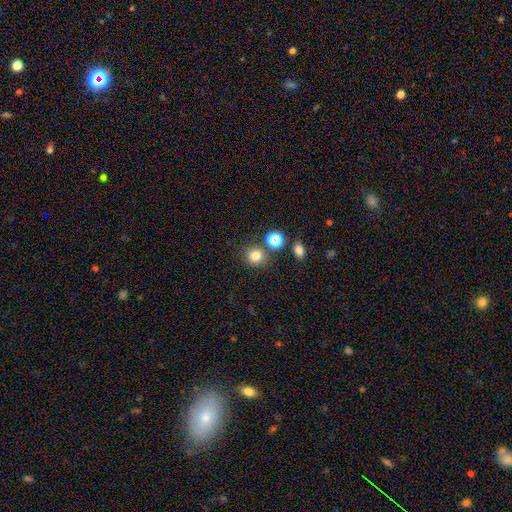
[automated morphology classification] Overall: smooth (79%). How rounded: round (86%). Merging: none (77%).